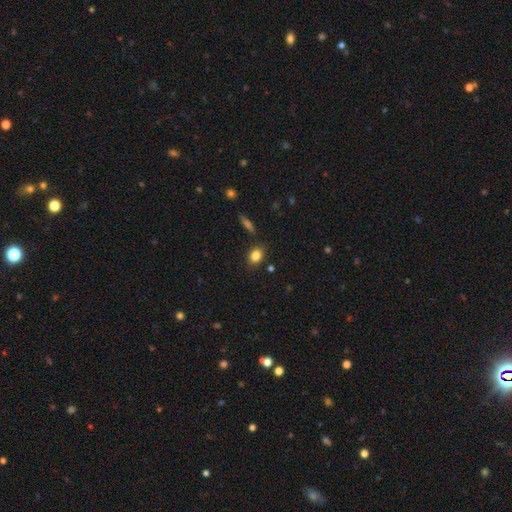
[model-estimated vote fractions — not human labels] Overall: smooth (84%). How rounded: in between (57%; round 41%). Merging: none (84%).